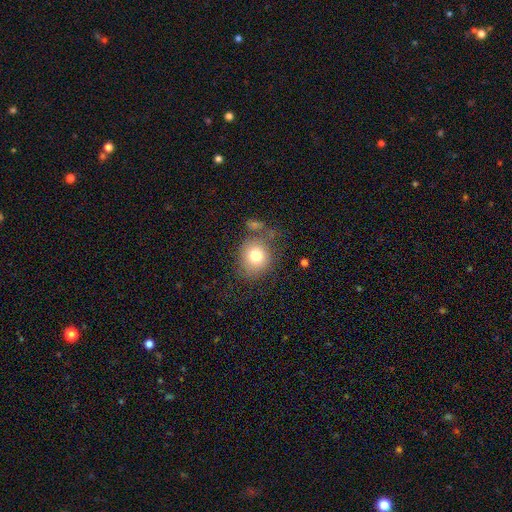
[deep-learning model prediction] smooth 77%, featured or disk 12%, star or artifact 11%. Down the decision tree: how rounded — round (78%); merging — none (67%).